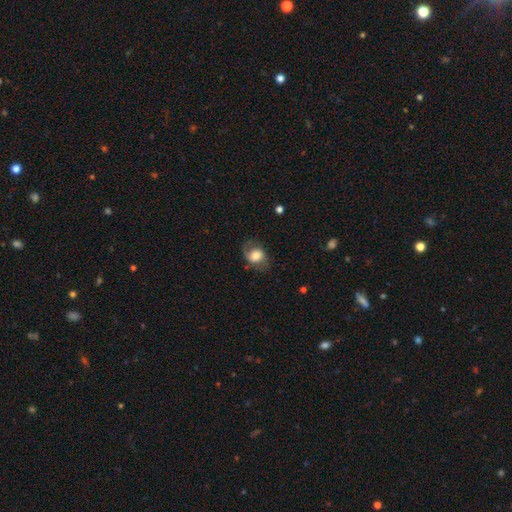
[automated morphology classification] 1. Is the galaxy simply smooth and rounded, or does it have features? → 56% smooth, 35% featured or disk, 8% star or artifact.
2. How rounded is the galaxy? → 54% in between, 45% round, 1% cigar-shaped.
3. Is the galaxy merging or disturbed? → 64% none, 22% minor disturbance, 13% major disturbance, 1% merger.